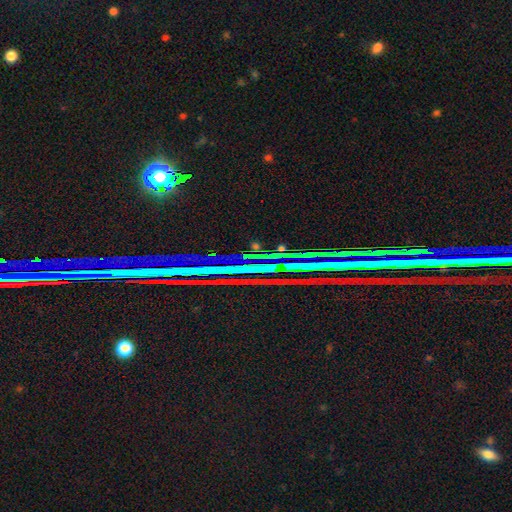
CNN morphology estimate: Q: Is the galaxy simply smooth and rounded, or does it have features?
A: star or artifact — 80%.